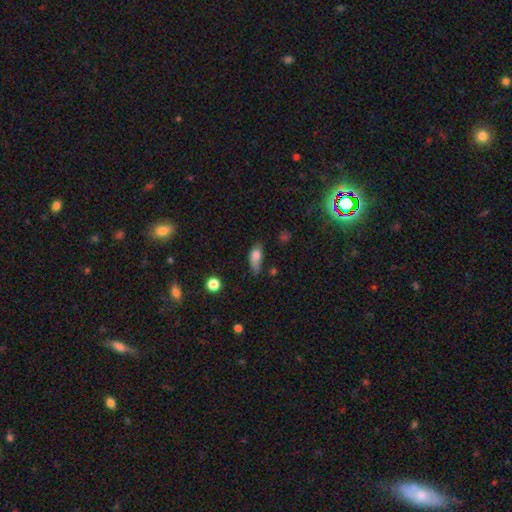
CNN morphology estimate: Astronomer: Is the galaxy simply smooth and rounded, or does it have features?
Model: smooth — 76%.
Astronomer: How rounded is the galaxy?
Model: in between — 77%.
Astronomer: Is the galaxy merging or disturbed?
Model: minor disturbance — 41% (runner-up: none, 35%).